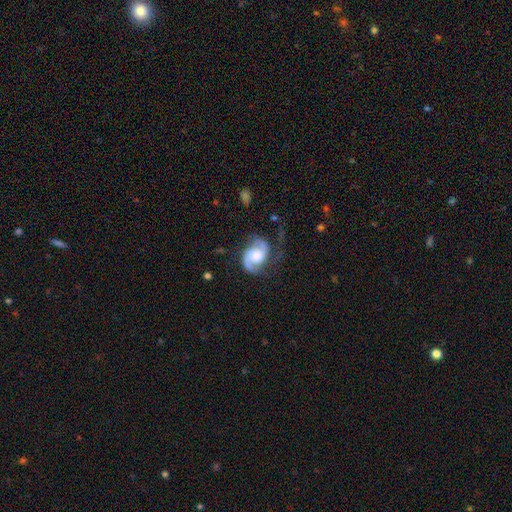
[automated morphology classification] Smooth or featured: featured or disk — 86% (smooth — 9%)
Edge-on disk: no — 98% (yes — 2%)
Bar: no — 63% (weak — 30%)
Spiral arms: yes — 97% (no — 3%)
Spiral winding: medium — 51% (tight — 26%)
Spiral arm count: 2 — 89% (1 — 4%)
Bulge size: moderate — 37% (large — 31%)
Merging: none — 59% (minor disturbance — 22%)